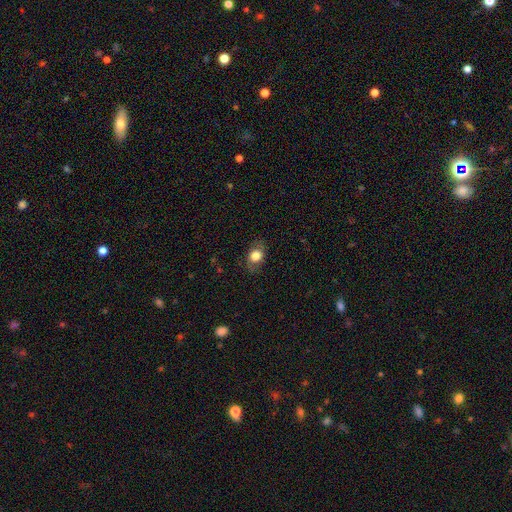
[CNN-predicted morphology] Smooth or featured? smooth (70%)
How rounded? in between (61%)
Merging? none (76%)